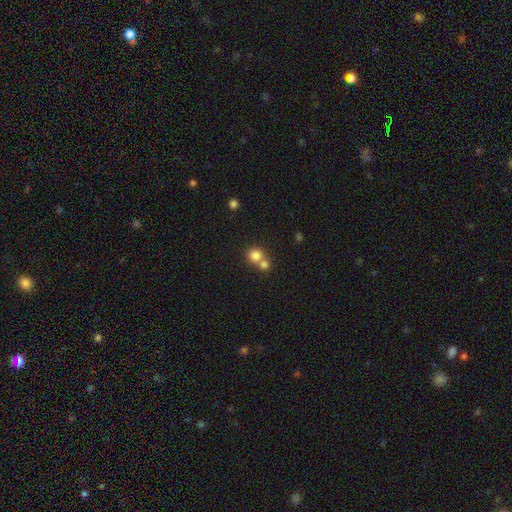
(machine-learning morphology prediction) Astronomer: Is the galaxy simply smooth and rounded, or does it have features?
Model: smooth — 80%.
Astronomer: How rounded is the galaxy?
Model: round — 87%.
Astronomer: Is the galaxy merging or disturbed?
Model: merger — 48% (runner-up: none, 44%).